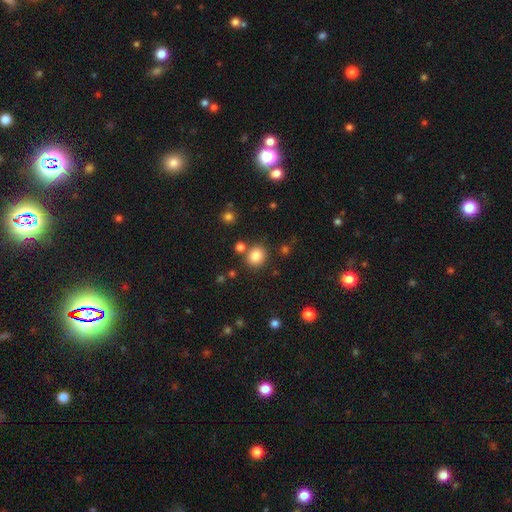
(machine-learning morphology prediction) Smooth or featured: smooth — 84% (star or artifact — 11%)
How rounded: round — 71% (in between — 28%)
Merging: none — 78% (minor disturbance — 10%)